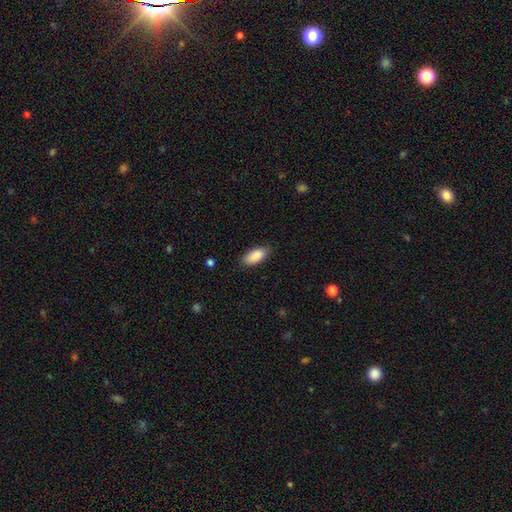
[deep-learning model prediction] Morphology: type=smooth (89%); roundness=in between (90%); merging=none (83%).